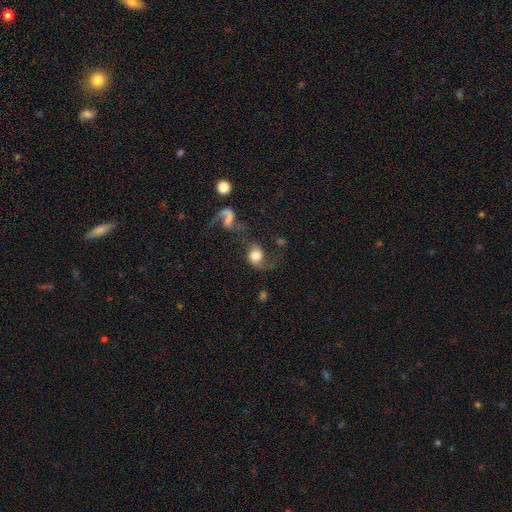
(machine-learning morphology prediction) Smooth or featured?
  - smooth: 51% *
  - featured or disk: 40%
  - star or artifact: 9%
How rounded?
  - round: 65% *
  - in between: 33%
  - cigar-shaped: 1%
Merging?
  - major disturbance: 31% *
  - none: 29%
  - merger: 27%
  - minor disturbance: 14%